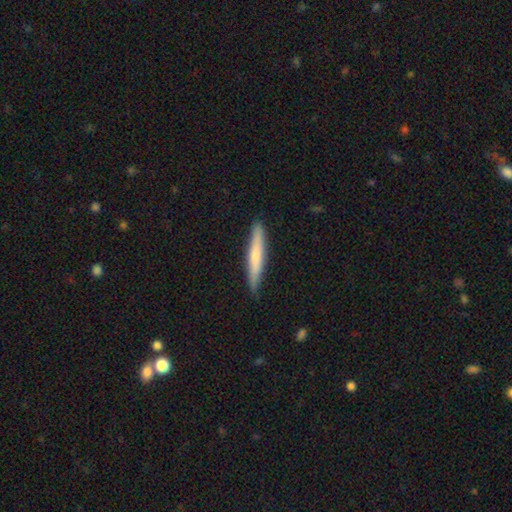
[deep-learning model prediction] This appears to be a smooth galaxy with no disk features (61%) that is cigar-shaped (94%). Merging: none (88%).